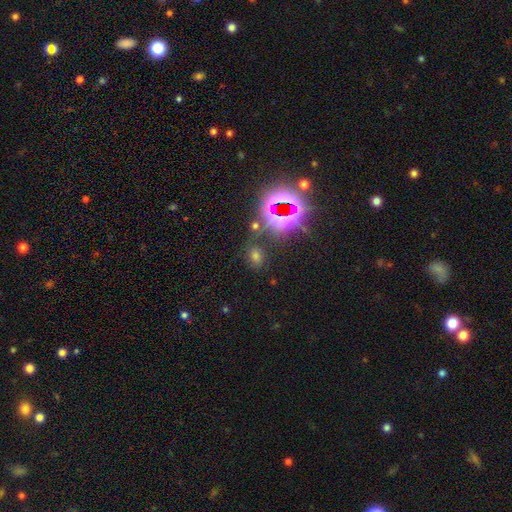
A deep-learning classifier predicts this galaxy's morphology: This is possibly a smooth galaxy (52%). How rounded: possibly in between (58%). Merging: likely none (77%).